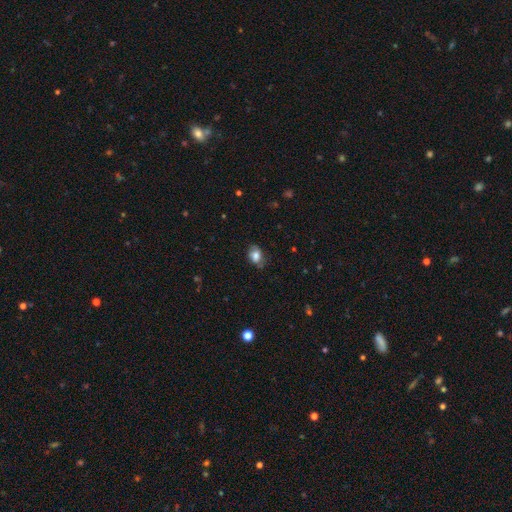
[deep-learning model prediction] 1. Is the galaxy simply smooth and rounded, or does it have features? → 73% smooth, 18% featured or disk, 9% star or artifact.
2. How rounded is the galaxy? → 76% in between, 23% round, 1% cigar-shaped.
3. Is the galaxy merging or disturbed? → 68% none, 24% minor disturbance, 7% major disturbance, 2% merger.